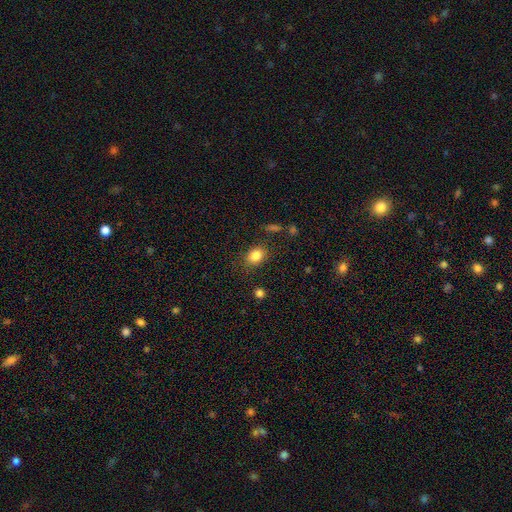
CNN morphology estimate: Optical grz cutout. It shows a smooth galaxy with no disk features (83%) that is in between round and cigar-shaped (59%). Merging: none (82%).